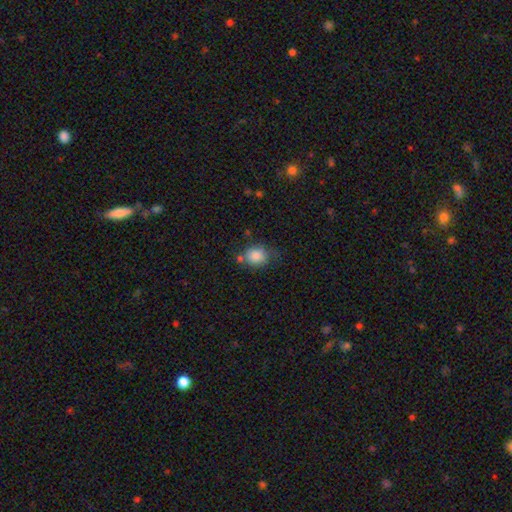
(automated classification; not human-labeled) smooth_or_featured: smooth (p=0.84) [alt: star or artifact p=0.09]
how_rounded: round (p=0.59) [alt: in between p=0.40]
merging: none (p=0.61) [alt: minor disturbance p=0.22]